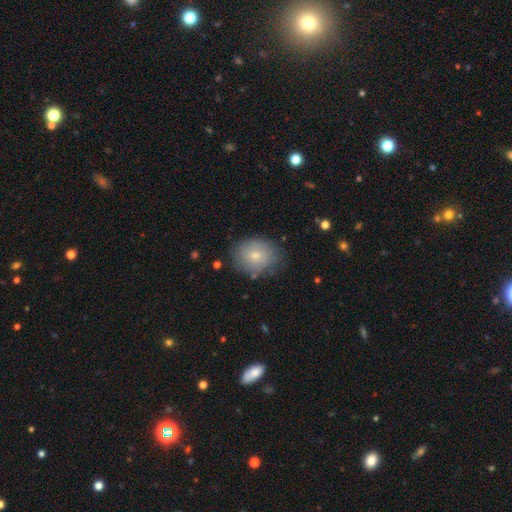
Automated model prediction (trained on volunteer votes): Smooth or featured: smooth — 72% (featured or disk — 20%)
How rounded: in between — 51% (round — 48%)
Merging: none — 78% (minor disturbance — 16%)